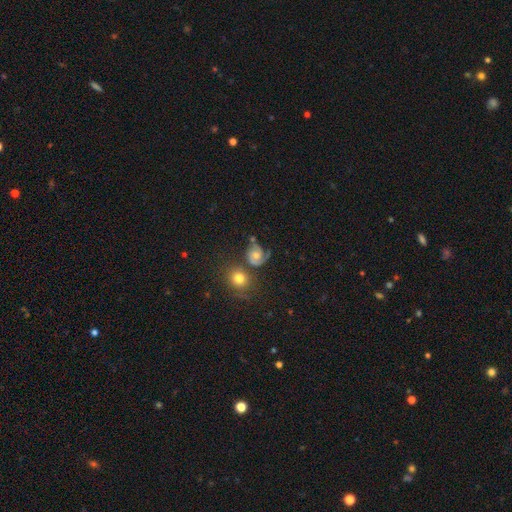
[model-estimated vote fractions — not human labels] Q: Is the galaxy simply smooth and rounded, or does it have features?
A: featured or disk — 65%.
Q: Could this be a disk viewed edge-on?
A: no — 98%.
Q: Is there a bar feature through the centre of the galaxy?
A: no — 75%.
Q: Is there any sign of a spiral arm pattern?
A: yes — 90%.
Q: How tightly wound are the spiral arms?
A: tight — 41%, tied with medium.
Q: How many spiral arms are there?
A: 2 — 53%.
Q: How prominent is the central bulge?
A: moderate — 59%.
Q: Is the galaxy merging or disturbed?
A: none — 49%.